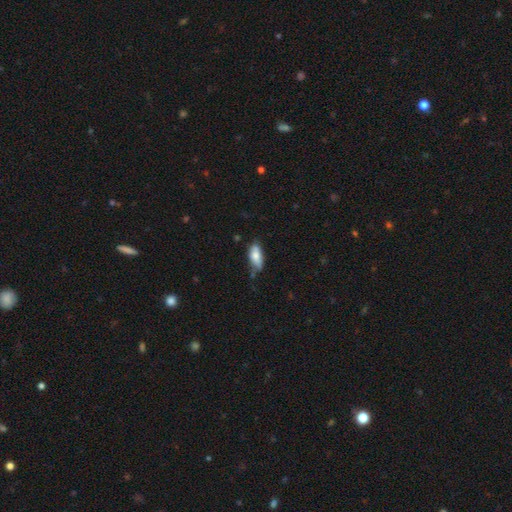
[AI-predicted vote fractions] Smooth or featured? Predicted: smooth (p=0.76). How rounded? Predicted: in between (p=0.82). Merging? Predicted: none (p=0.55).